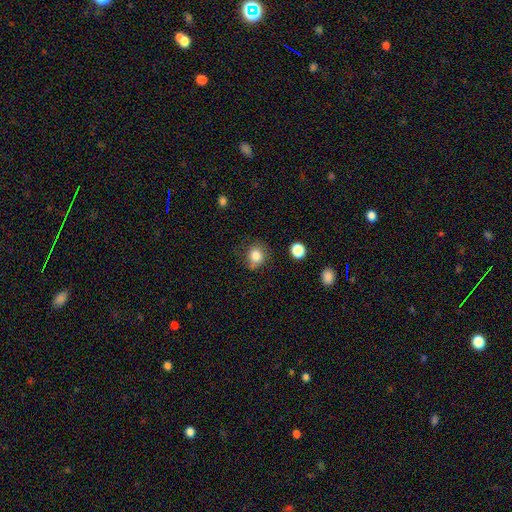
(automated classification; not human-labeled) This appears to be a smooth galaxy with no disk features (83%) that is round (72%). Merging: none (69%).